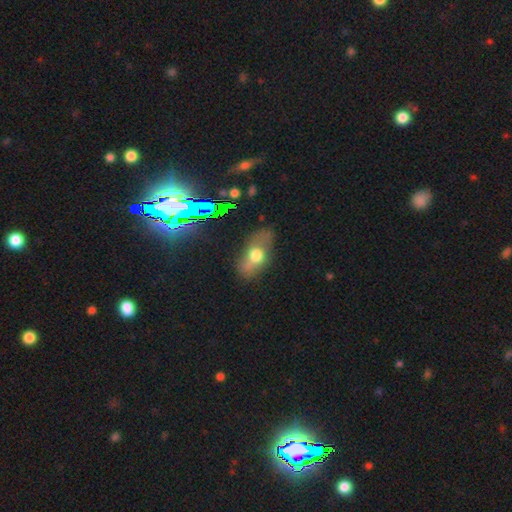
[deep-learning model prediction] smooth 58%, featured or disk 29%, star or artifact 14%. Down the decision tree: how rounded — in between (79%); merging — none (64%).